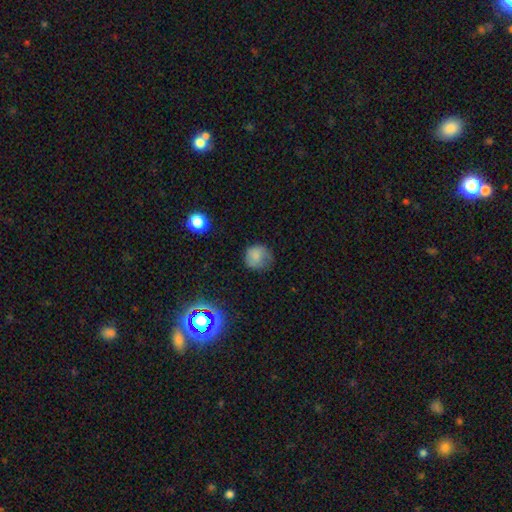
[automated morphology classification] A smooth galaxy with no disk features (78%) that is round (87%).

Vote fractions:
- Smooth or featured? smooth: 78% / star or artifact: 13% / featured or disk: 10%
- How rounded? round: 87% / in between: 12% / cigar-shaped: 1%
- Merging? none: 61% / minor disturbance: 27% / major disturbance: 10% / merger: 2%